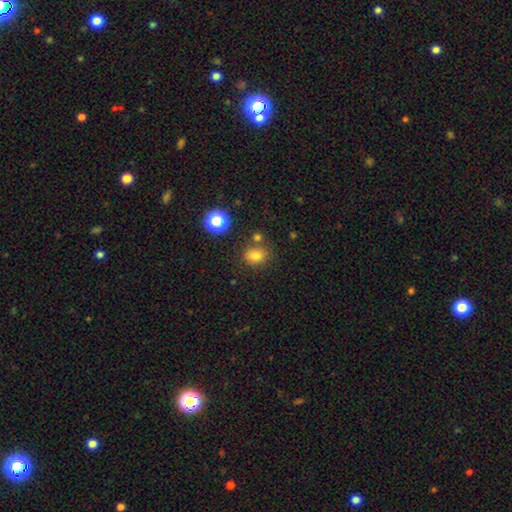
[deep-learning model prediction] smooth 77%, star or artifact 16%, featured or disk 8%. Down the decision tree: how rounded — round (62%); merging — none (72%).